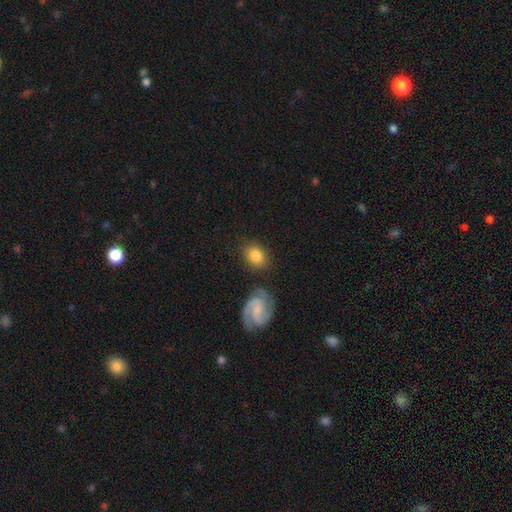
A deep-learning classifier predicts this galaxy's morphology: type=smooth (74%); roundness=in between (55%); merging=none (79%).